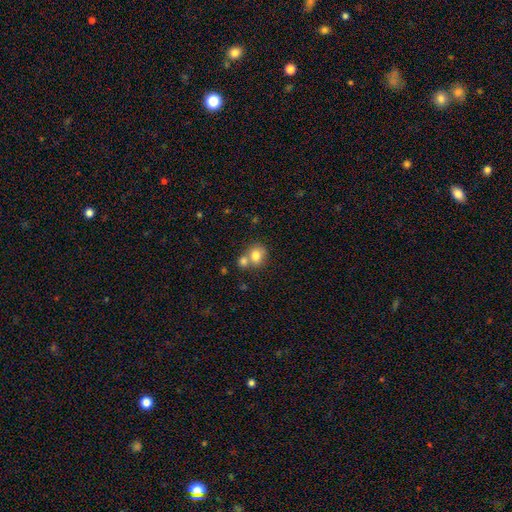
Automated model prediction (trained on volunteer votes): Q: Smooth or featured?
A: smooth (78%); runner-up: featured or disk (13%)
Q: How rounded?
A: round (70%); runner-up: in between (29%)
Q: Merging?
A: merger (44%); runner-up: none (43%)